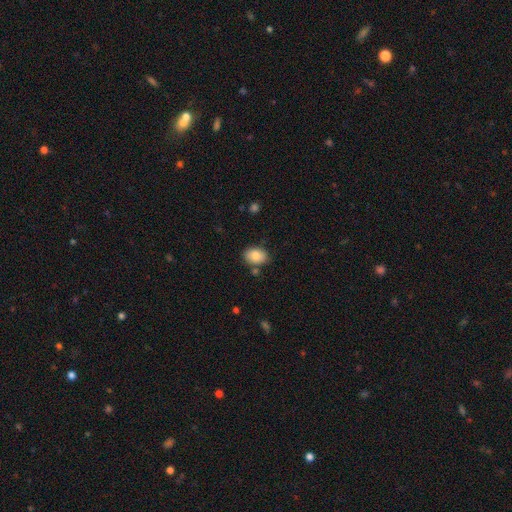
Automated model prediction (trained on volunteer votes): Smooth or featured? Predicted: smooth (p=0.84). How rounded? Predicted: in between (p=0.76). Merging? Predicted: none (p=0.77).